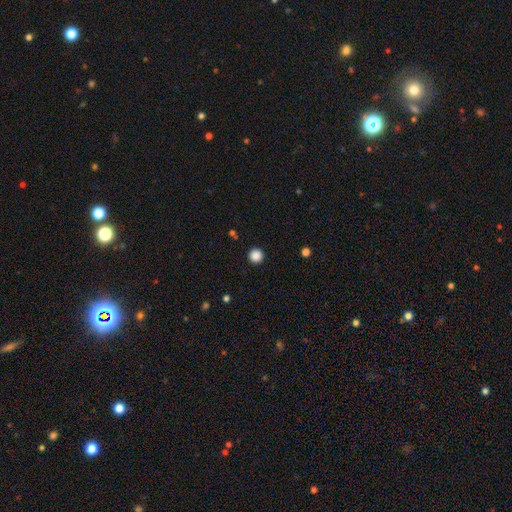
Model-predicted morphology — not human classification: Q: Smooth or featured?
A: smooth (87%); runner-up: star or artifact (10%)
Q: How rounded?
A: round (96%); runner-up: in between (3%)
Q: Merging?
A: none (93%); runner-up: minor disturbance (4%)